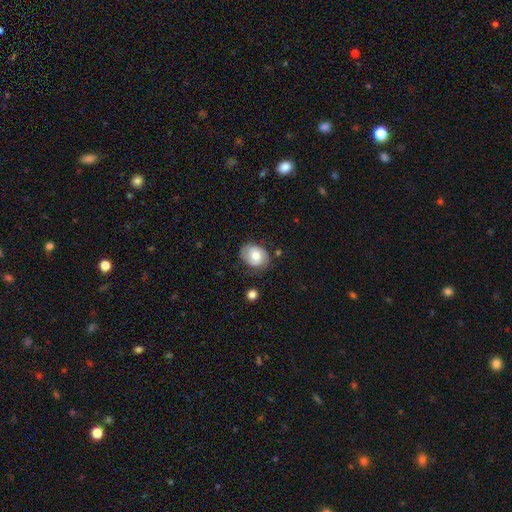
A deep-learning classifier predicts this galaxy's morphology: Smooth or featured? smooth (68%)
How rounded? in between (61%)
Merging? none (72%)